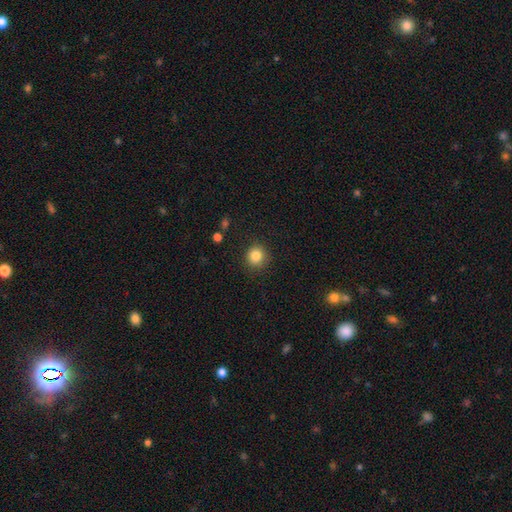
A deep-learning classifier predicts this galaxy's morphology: Smooth or featured? smooth (85%)
How rounded? round (92%)
Merging? none (88%)